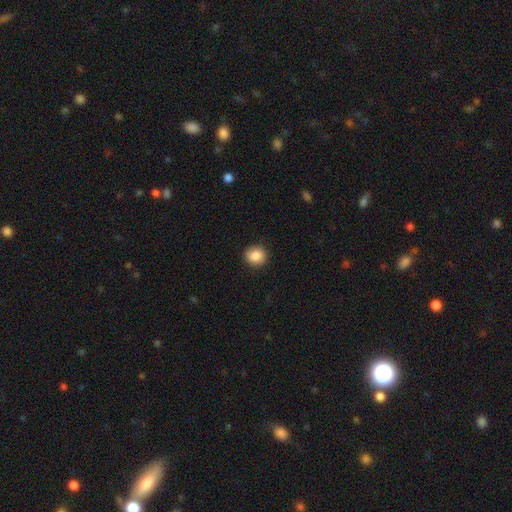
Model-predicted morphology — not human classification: Overall: smooth (87%). How rounded: round (83%). Merging: none (90%).